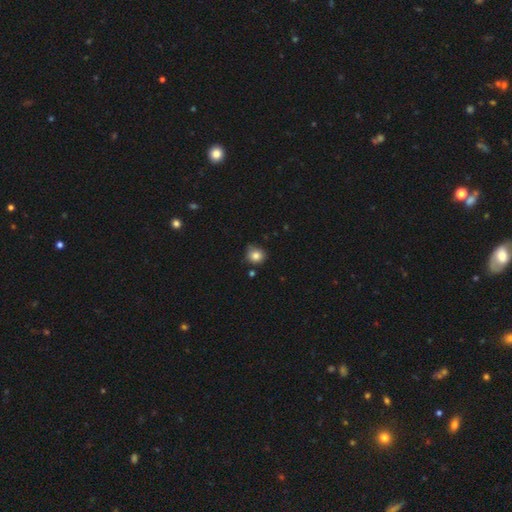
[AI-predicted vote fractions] Smooth or featured: smooth — 83% (star or artifact — 11%)
How rounded: round — 85% (in between — 14%)
Merging: none — 71% (minor disturbance — 21%)